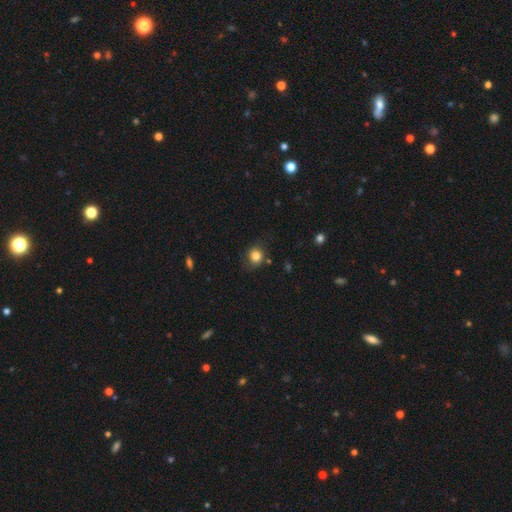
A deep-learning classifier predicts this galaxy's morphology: smooth_or_featured: smooth (p=0.82) [alt: star or artifact p=0.11]
how_rounded: round (p=0.79) [alt: in between p=0.20]
merging: none (p=0.76) [alt: minor disturbance p=0.18]